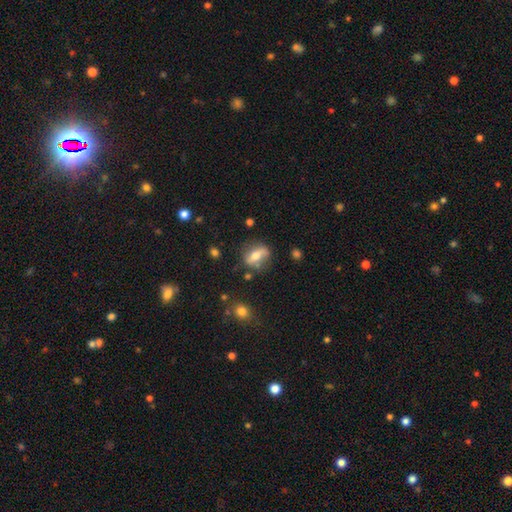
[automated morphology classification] Smooth or featured: smooth — 49% (featured or disk — 43%)
Merging: none — 67% (minor disturbance — 20%)